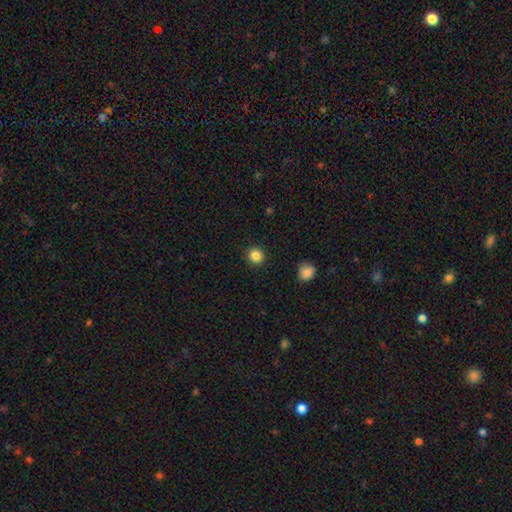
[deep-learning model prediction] Smooth or featured? Predicted: smooth (p=0.86). How rounded? Predicted: round (p=0.93). Merging? Predicted: none (p=0.92).